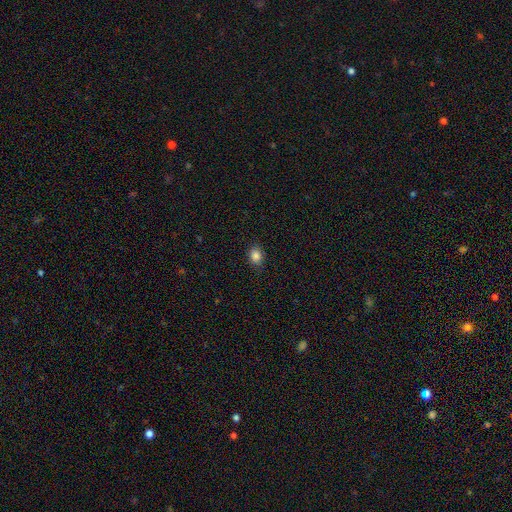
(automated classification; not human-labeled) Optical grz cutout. It shows a smooth galaxy with no disk features (85%) that is in between round and cigar-shaped (54%). Merging: none (87%).